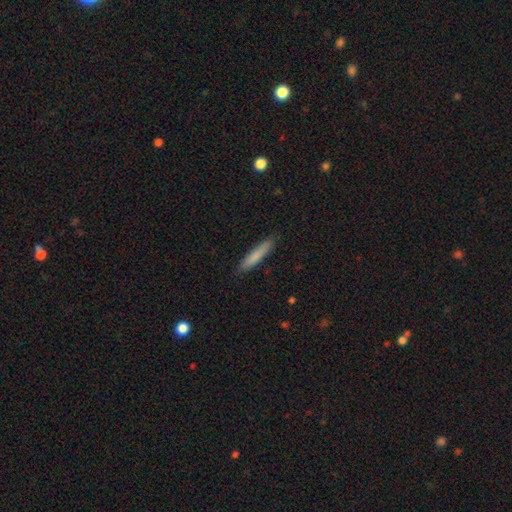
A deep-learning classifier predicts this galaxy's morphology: smooth 80%, featured or disk 14%, star or artifact 6%. Down the decision tree: how rounded — cigar-shaped (91%); merging — none (87%).